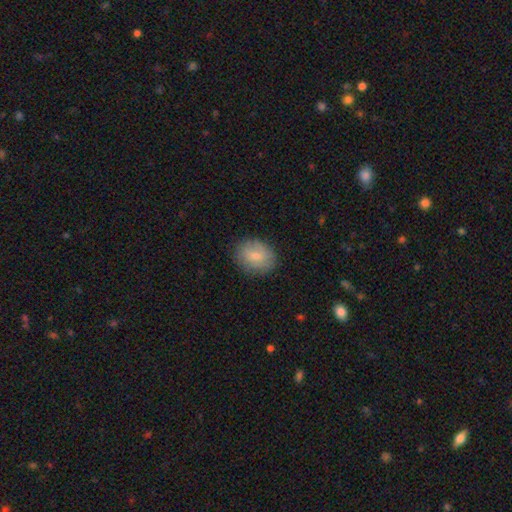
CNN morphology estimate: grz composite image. It shows a smooth galaxy with no disk features (73%) that is round (51%). Merging: none (81%).